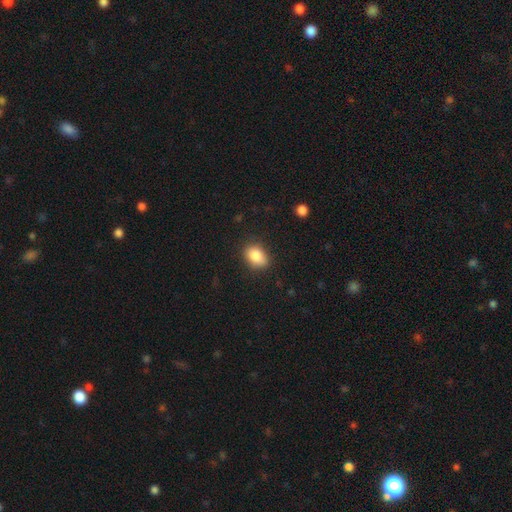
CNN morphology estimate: Overall: smooth (85%). How rounded: in between (75%). Merging: none (80%).